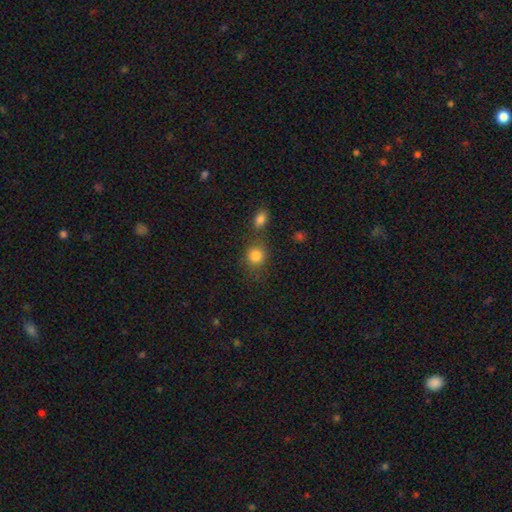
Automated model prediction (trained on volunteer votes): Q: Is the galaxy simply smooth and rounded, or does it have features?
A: smooth — 83%.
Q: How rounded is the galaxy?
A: round — 82%.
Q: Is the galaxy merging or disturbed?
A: none — 67%.